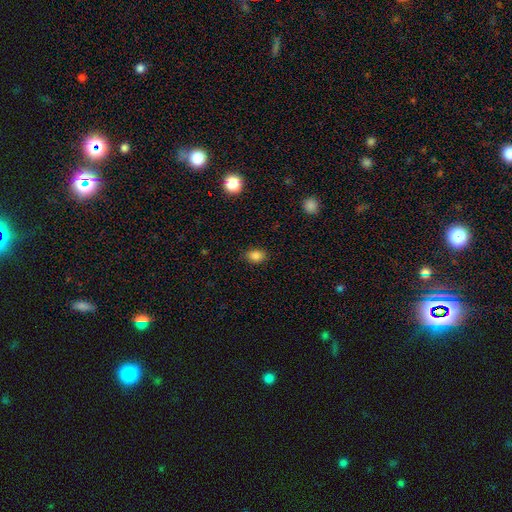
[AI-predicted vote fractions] smooth-or-featured: smooth: 86% | star or artifact: 10% | featured or disk: 4%
  how-rounded: in between: 69% | round: 30% | cigar-shaped: 1%
  merging: none: 86% | minor disturbance: 11% | major disturbance: 3% | merger: 1%